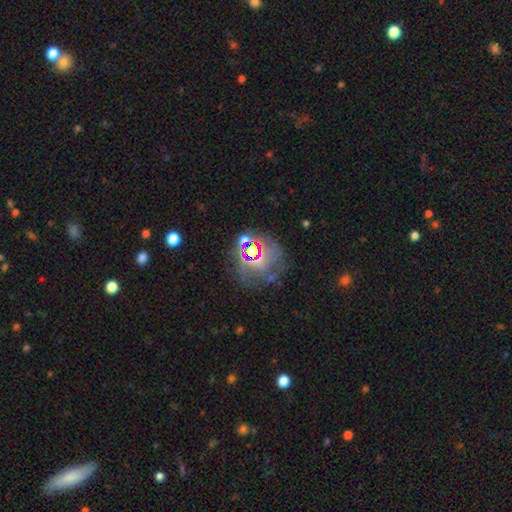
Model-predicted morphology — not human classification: This is possibly a star or artifact rather than a galaxy (47%).